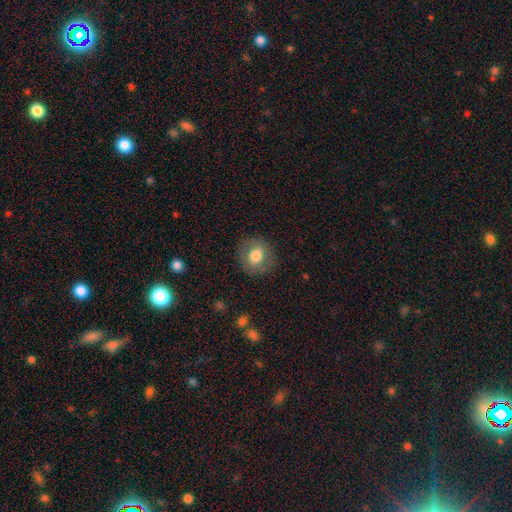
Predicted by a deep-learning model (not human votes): smooth_or_featured: smooth (p=0.71) [alt: featured or disk p=0.21]
how_rounded: round (p=0.82) [alt: in between p=0.17]
merging: none (p=0.85) [alt: minor disturbance p=0.10]